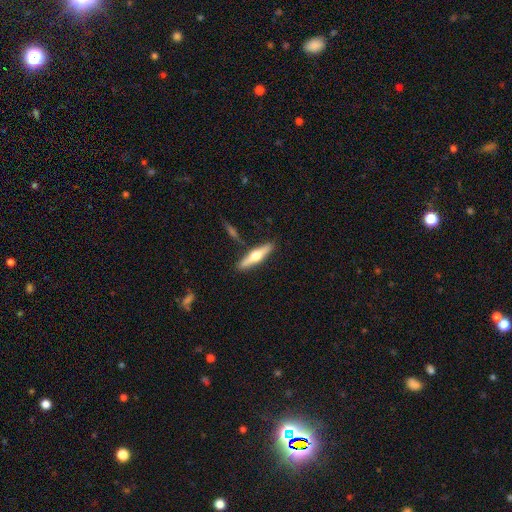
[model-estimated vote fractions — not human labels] This appears to be a featured or disk galaxy (59%) viewed edge-on (95%) with a rounded central bulge (94%). Merging: none (84%).